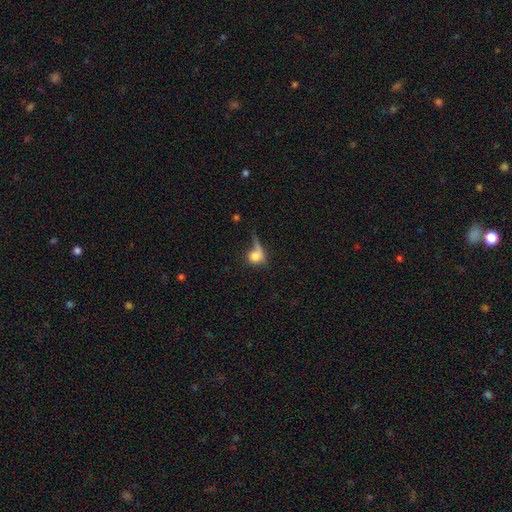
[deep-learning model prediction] Smooth or featured?
  - smooth: 69% *
  - featured or disk: 21%
  - star or artifact: 11%
How rounded?
  - round: 62% *
  - in between: 34%
  - cigar-shaped: 5%
Merging?
  - major disturbance: 37% *
  - none: 31%
  - minor disturbance: 20%
  - merger: 13%